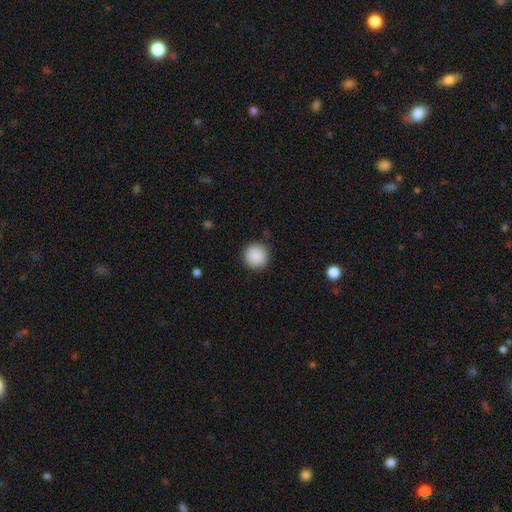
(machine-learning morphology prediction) smooth 89%, star or artifact 8%, featured or disk 3%. Down the decision tree: how rounded — round (95%); merging — none (90%).